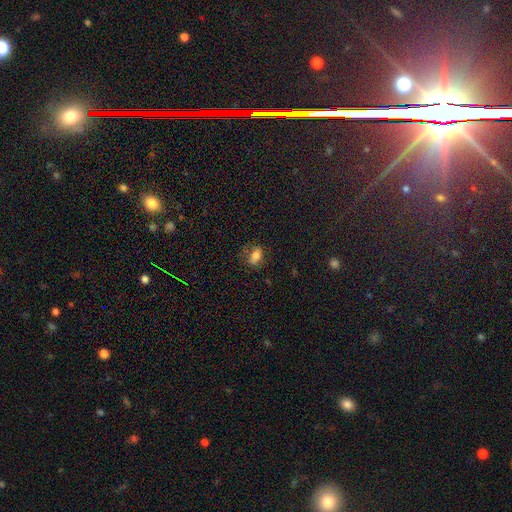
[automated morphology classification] Smooth or featured? Predicted: smooth (p=0.76). How rounded? Predicted: in between (p=0.78). Merging? Predicted: none (p=0.67).